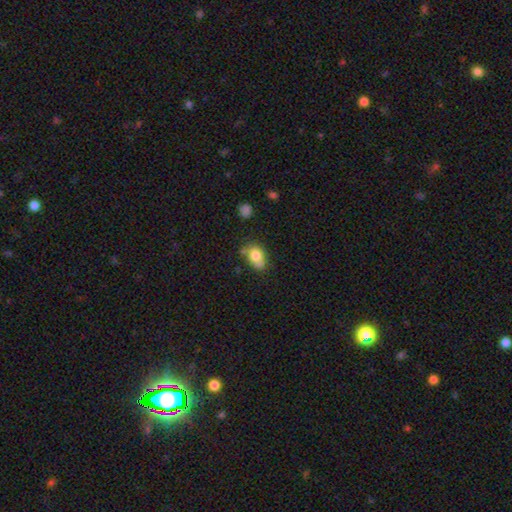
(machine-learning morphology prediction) Smooth or featured?
  - smooth: 78% *
  - featured or disk: 13%
  - star or artifact: 9%
How rounded?
  - in between: 69% *
  - round: 30%
  - cigar-shaped: 1%
Merging?
  - none: 53% *
  - minor disturbance: 28%
  - merger: 12%
  - major disturbance: 7%